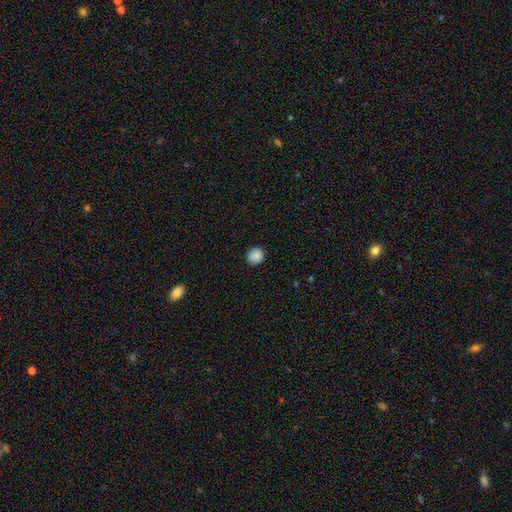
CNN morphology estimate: Smooth or featured?
  - smooth: 88% *
  - star or artifact: 9%
  - featured or disk: 3%
How rounded?
  - round: 90% *
  - in between: 9%
  - cigar-shaped: 1%
Merging?
  - none: 91% *
  - minor disturbance: 6%
  - major disturbance: 2%
  - merger: 1%